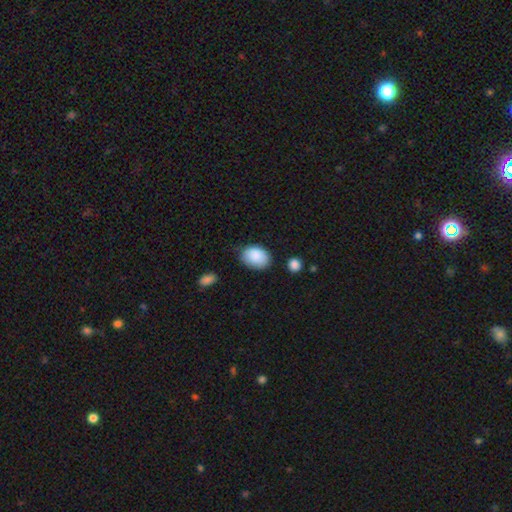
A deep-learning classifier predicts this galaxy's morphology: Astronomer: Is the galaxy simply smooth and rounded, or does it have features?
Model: smooth — 88%.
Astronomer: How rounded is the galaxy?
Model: in between — 78%.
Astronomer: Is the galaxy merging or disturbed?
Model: none — 71%.